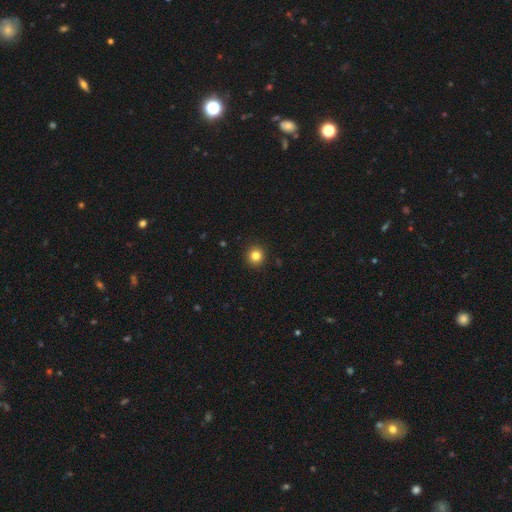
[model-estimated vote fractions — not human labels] Smooth or featured?
  - smooth: 83% *
  - star or artifact: 12%
  - featured or disk: 5%
How rounded?
  - round: 94% *
  - in between: 5%
  - cigar-shaped: 1%
Merging?
  - none: 93% *
  - minor disturbance: 5%
  - major disturbance: 2%
  - merger: 1%